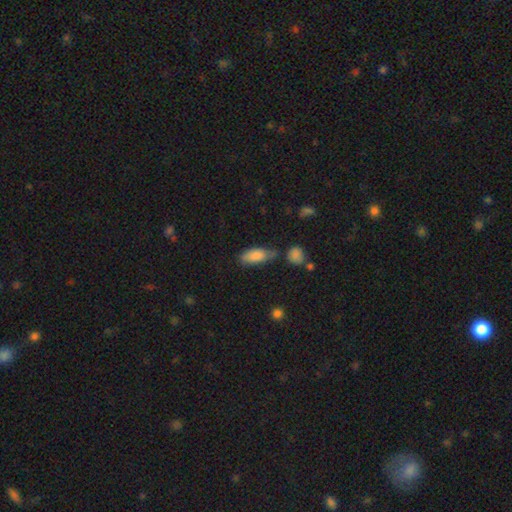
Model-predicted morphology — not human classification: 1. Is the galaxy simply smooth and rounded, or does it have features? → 84% smooth, 9% featured or disk, 7% star or artifact.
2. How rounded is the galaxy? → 85% in between, 12% cigar-shaped, 3% round.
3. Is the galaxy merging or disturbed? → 54% none, 25% minor disturbance, 13% merger, 8% major disturbance.